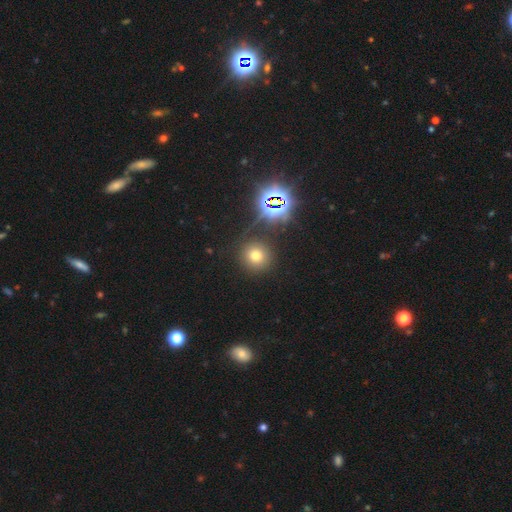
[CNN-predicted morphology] Smooth or featured: smooth — 66% (star or artifact — 25%)
How rounded: round — 92% (in between — 7%)
Merging: none — 86% (minor disturbance — 7%)